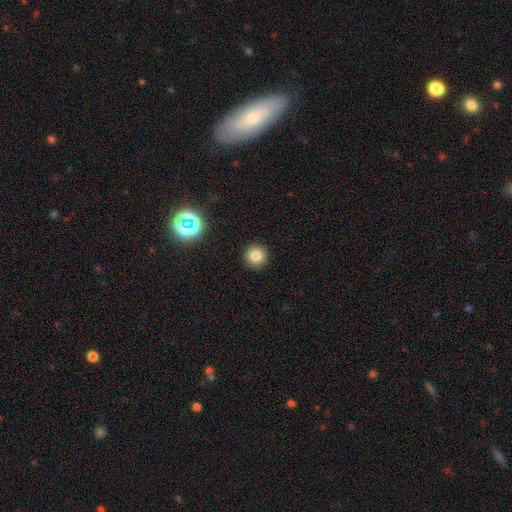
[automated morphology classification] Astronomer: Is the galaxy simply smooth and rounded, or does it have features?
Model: smooth — 79%.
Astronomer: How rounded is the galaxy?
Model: round — 95%.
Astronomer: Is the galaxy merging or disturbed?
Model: none — 92%.